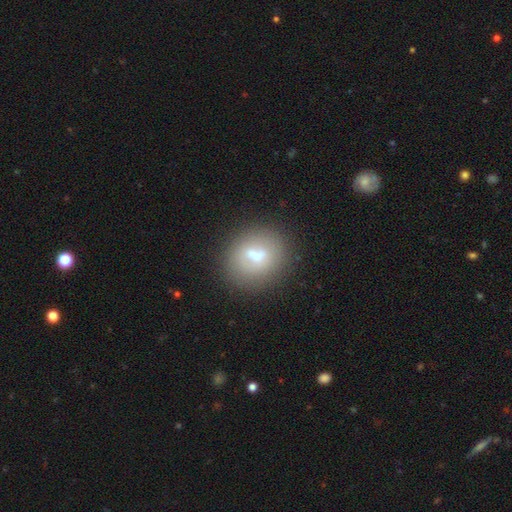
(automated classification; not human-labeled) The model was most divided on "smooth or featured": smooth: 55%, featured or disk: 34%, star or artifact: 11%. More confident: merging — none (72%); how rounded — round (67%).